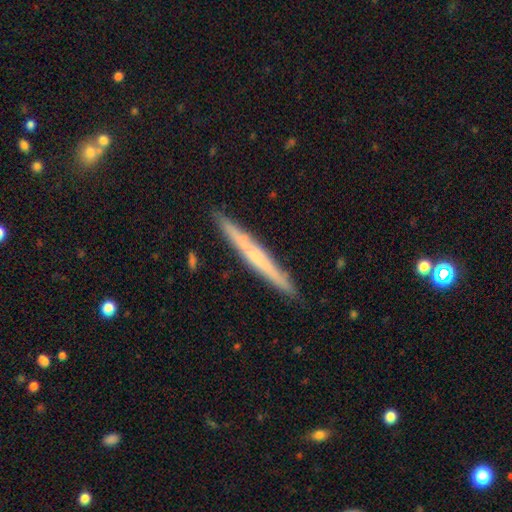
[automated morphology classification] A featured or disk galaxy (51%) viewed edge-on (97%). Merging: none (91%).